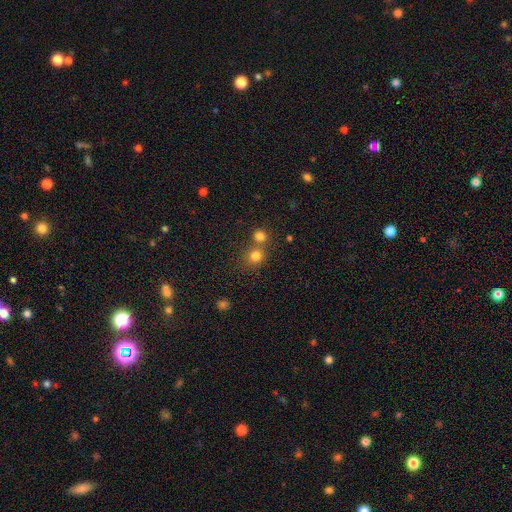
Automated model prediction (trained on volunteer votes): Overall: smooth (79%). How rounded: round (87%). Merging: none (58%; merger 32%).